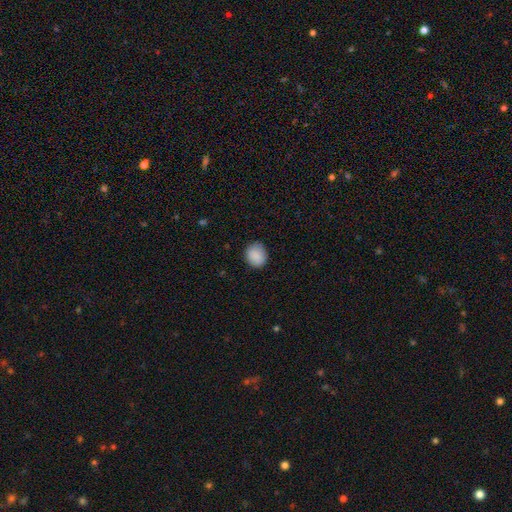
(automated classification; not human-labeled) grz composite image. It shows a smooth galaxy with no disk features (89%) that is round (68%). Merging: none (83%).